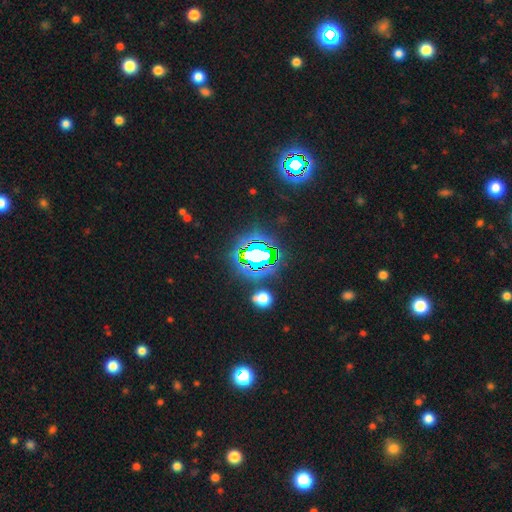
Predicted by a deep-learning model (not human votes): smooth-or-featured: star or artifact: 74% | smooth: 14% | featured or disk: 12%